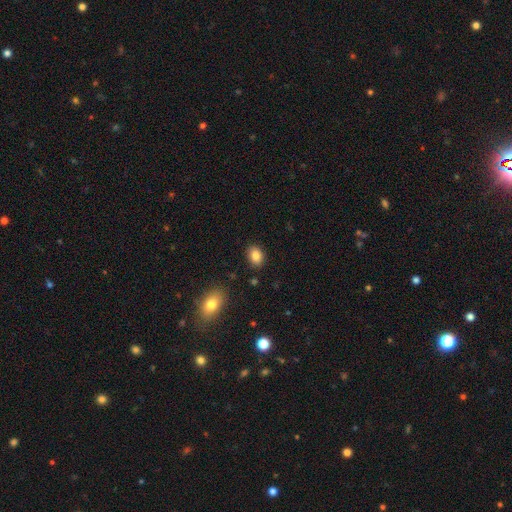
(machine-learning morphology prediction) Smooth or featured?
  - smooth: 86% *
  - star or artifact: 9%
  - featured or disk: 6%
How rounded?
  - in between: 74% *
  - round: 25%
  - cigar-shaped: 1%
Merging?
  - none: 86% *
  - minor disturbance: 9%
  - major disturbance: 2%
  - merger: 2%